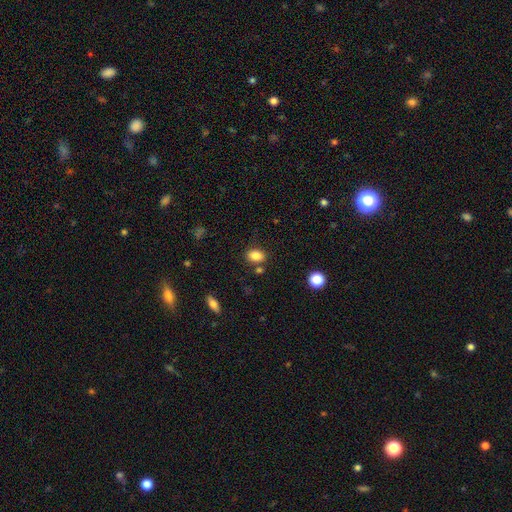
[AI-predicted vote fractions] A smooth galaxy with no disk features (85%) that is in between round and cigar-shaped (75%). Merging: none (77%).